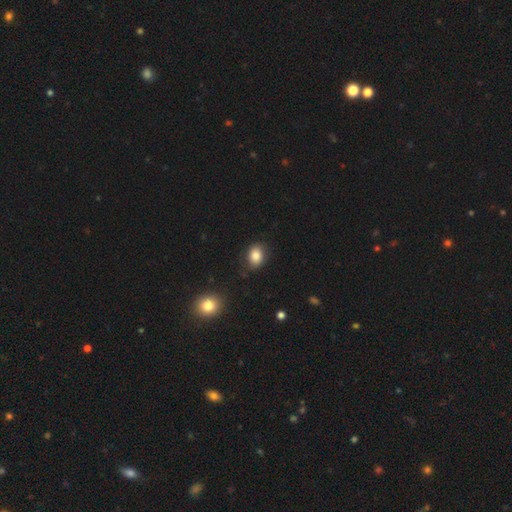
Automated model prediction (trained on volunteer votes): Smooth or featured? smooth (83%)
How rounded? in between (64%)
Merging? none (83%)